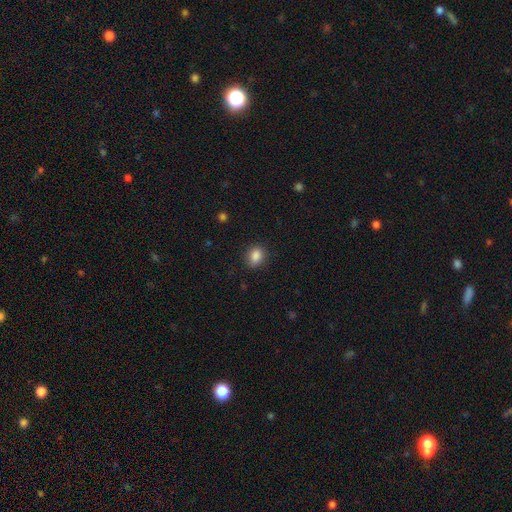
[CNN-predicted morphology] type=smooth (86%); roundness=in between (55%); merging=none (86%).